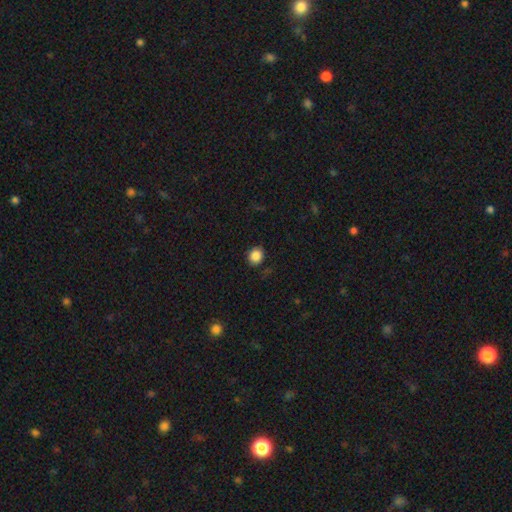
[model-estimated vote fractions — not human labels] Smooth or featured?
  - smooth: 87% *
  - star or artifact: 10%
  - featured or disk: 4%
How rounded?
  - round: 73% *
  - in between: 27%
  - cigar-shaped: 1%
Merging?
  - none: 88% *
  - minor disturbance: 9%
  - major disturbance: 2%
  - merger: 1%